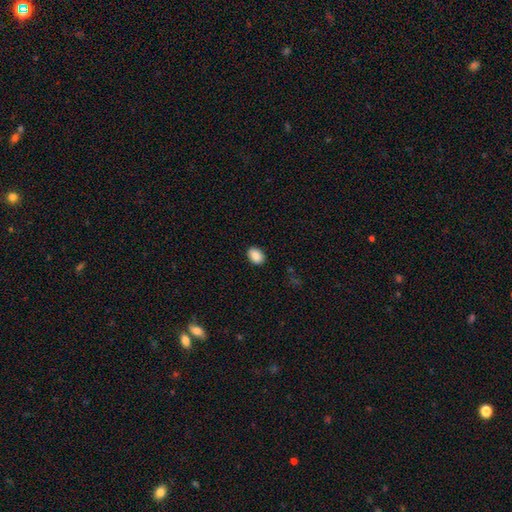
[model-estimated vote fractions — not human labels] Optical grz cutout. It shows a smooth galaxy with no disk features (89%) that is in between round and cigar-shaped (77%). Merging: none (89%).